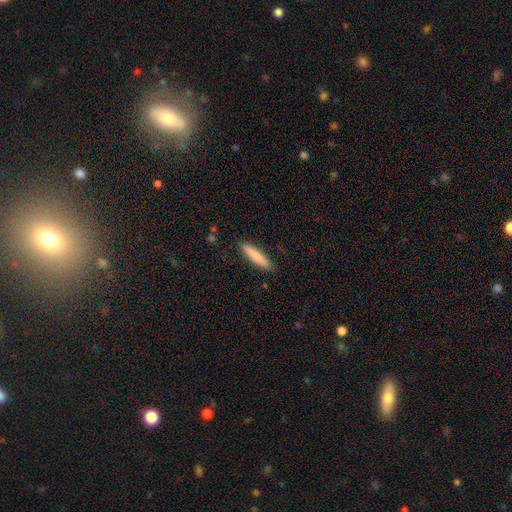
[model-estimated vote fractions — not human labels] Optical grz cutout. It shows a smooth galaxy with no disk features (79%) that is cigar-shaped (87%). Merging: none (89%).